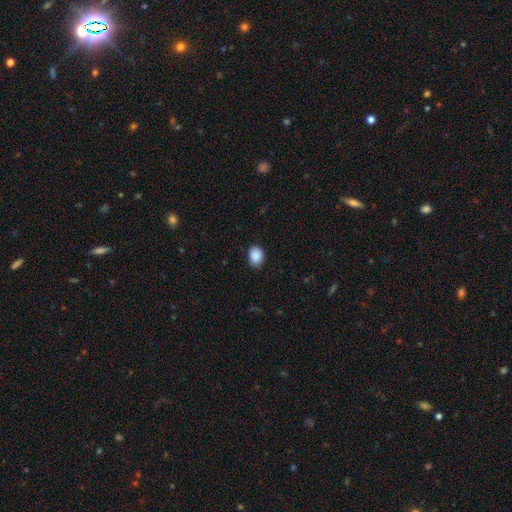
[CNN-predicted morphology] A smooth galaxy with no disk features (89%) that is in between round and cigar-shaped (54%). Merging: none (86%).